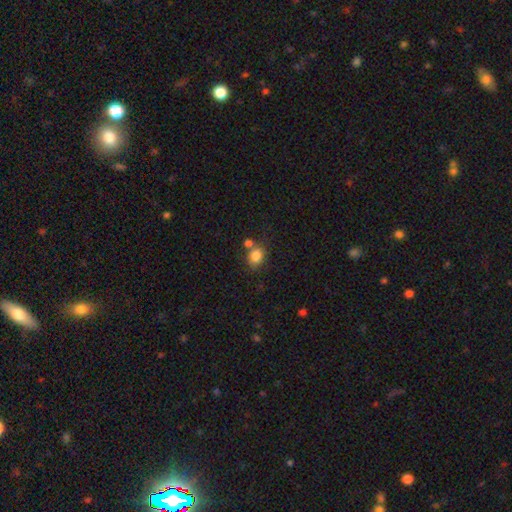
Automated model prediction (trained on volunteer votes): This is clearly a smooth galaxy (83%). How rounded: possibly round (51%). Merging: possibly none (58%).